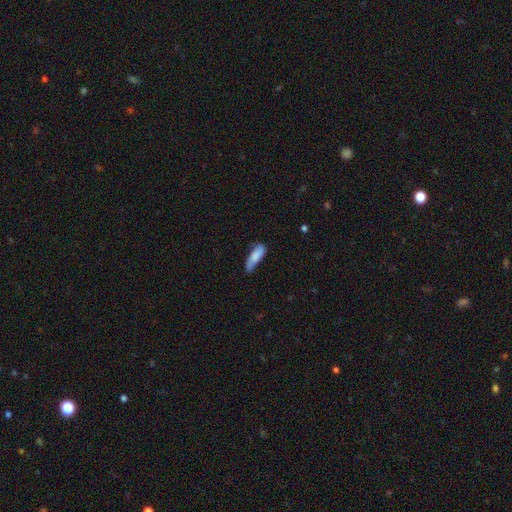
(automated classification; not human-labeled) Smooth or featured: smooth — 78% (featured or disk — 16%)
How rounded: in between — 54% (cigar-shaped — 44%)
Merging: none — 56% (minor disturbance — 34%)